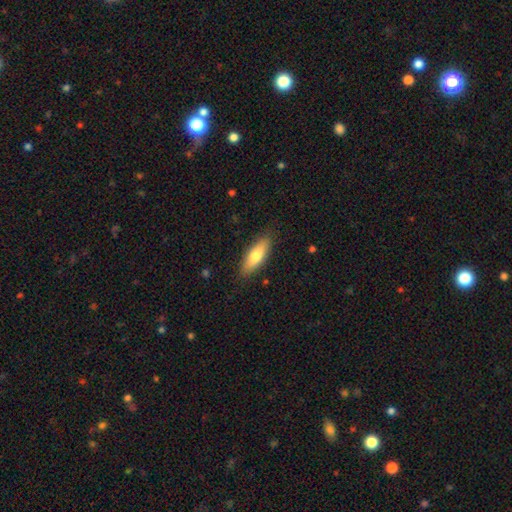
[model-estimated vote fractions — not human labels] The model was most divided on "how rounded": in between: 58%, cigar-shaped: 40%, round: 2%. More confident: merging — none (86%); smooth or featured — smooth (72%).